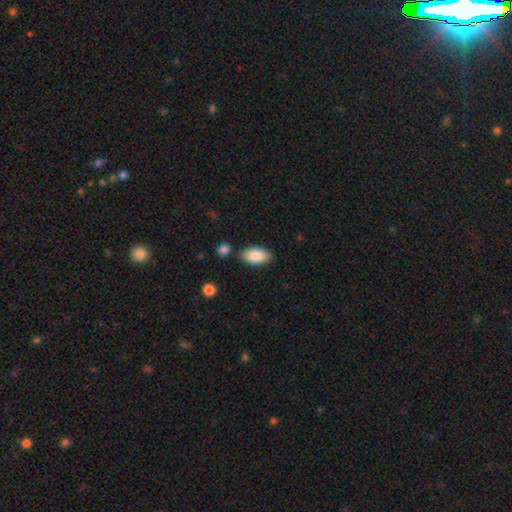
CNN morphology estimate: type=smooth (88%); roundness=in between (94%); merging=none (82%).